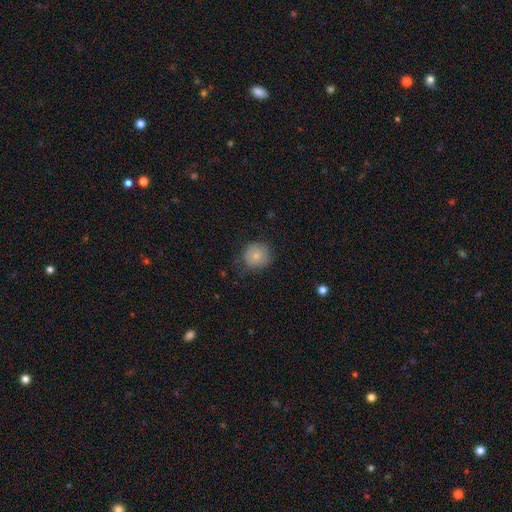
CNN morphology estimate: smooth-or-featured: smooth: 77% | featured or disk: 14% | star or artifact: 8%
  how-rounded: round: 90% | in between: 9% | cigar-shaped: 1%
  merging: none: 71% | minor disturbance: 22% | major disturbance: 6% | merger: 1%